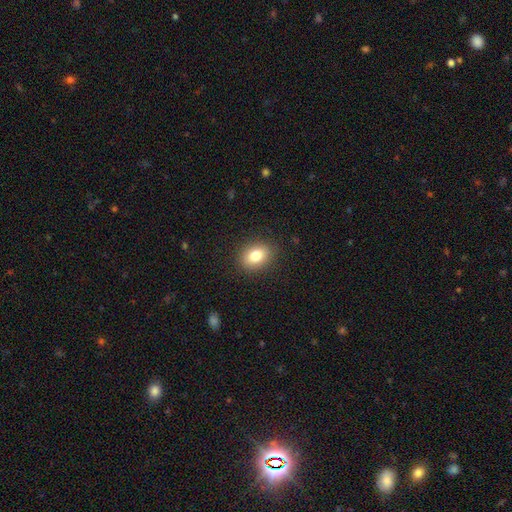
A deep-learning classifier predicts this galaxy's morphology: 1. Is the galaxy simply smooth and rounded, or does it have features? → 81% smooth, 10% featured or disk, 9% star or artifact.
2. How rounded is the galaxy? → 66% in between, 32% round, 1% cigar-shaped.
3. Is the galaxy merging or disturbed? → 87% none, 9% minor disturbance, 3% major disturbance, 1% merger.